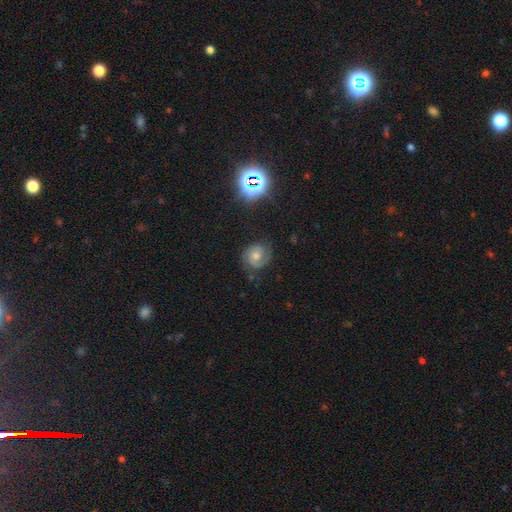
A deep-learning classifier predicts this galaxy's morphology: Smooth or featured: featured or disk — 73% (smooth — 15%)
Edge-on disk: no — 98% (yes — 2%)
Bar: no — 65% (weak — 29%)
Spiral arms: yes — 95% (no — 5%)
Spiral winding: tight — 48% (medium — 41%)
Spiral arm count: 2 — 78% (1 — 8%)
Bulge size: moderate — 60% (small — 30%)
Merging: none — 74% (minor disturbance — 17%)